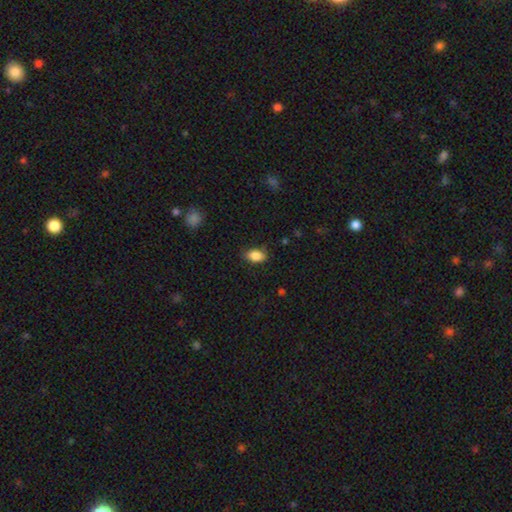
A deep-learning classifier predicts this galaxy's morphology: Overall: smooth (87%). How rounded: in between (89%). Merging: none (81%).